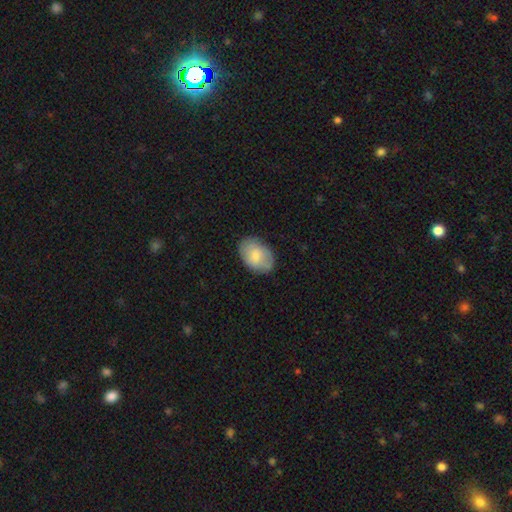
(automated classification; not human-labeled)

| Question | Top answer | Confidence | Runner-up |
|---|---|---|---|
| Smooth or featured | smooth | 71% | featured or disk (23%) |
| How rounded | in between | 86% | round (13%) |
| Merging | none | 78% | minor disturbance (17%) |